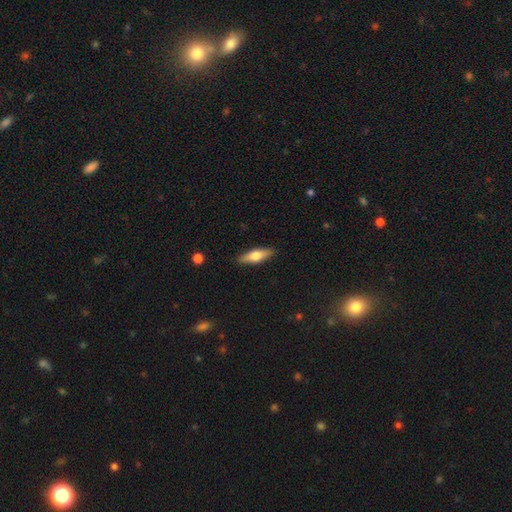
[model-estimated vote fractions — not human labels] Overall: smooth (52%; featured or disk 42%). How rounded: cigar-shaped (53%; in between 44%). Merging: none (89%).